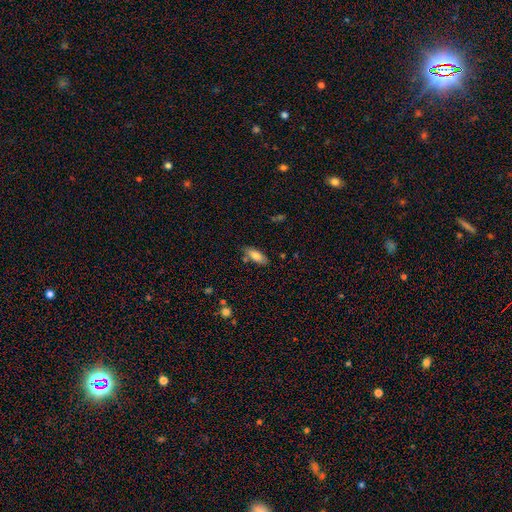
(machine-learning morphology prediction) Overall: smooth (79%). How rounded: in between (79%). Merging: none (77%).